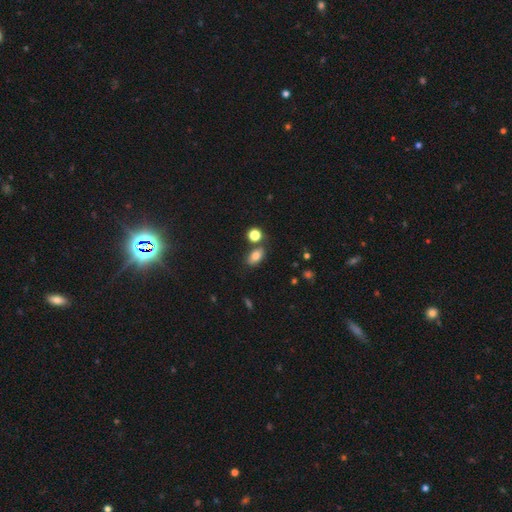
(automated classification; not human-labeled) Smooth or featured: smooth — 80% (star or artifact — 11%)
How rounded: in between — 85% (round — 12%)
Merging: none — 72% (minor disturbance — 13%)